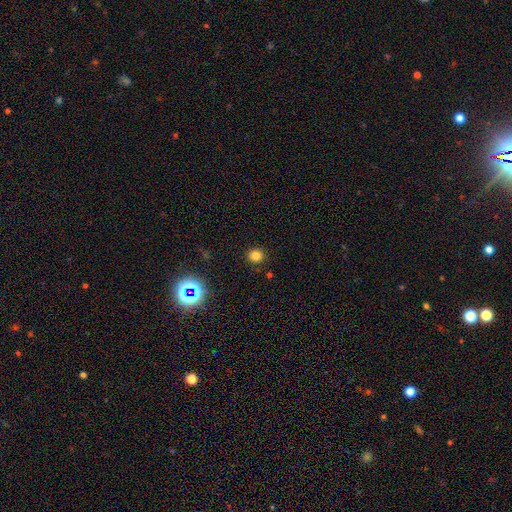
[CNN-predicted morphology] smooth 78%, star or artifact 17%, featured or disk 5%. Down the decision tree: how rounded — round (86%); merging — none (90%).